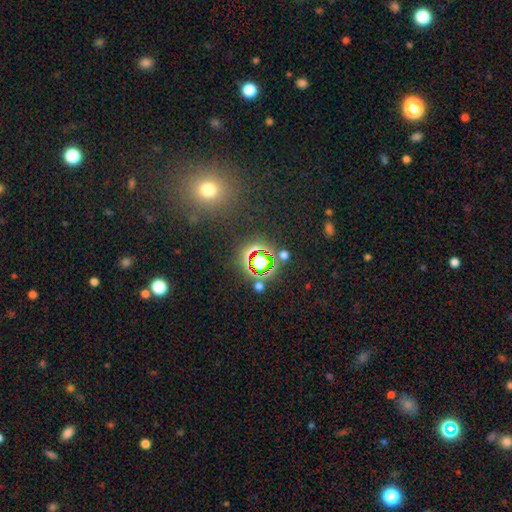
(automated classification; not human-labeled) The model was most divided on "smooth or featured": star or artifact: 71%, smooth: 19%, featured or disk: 10%.